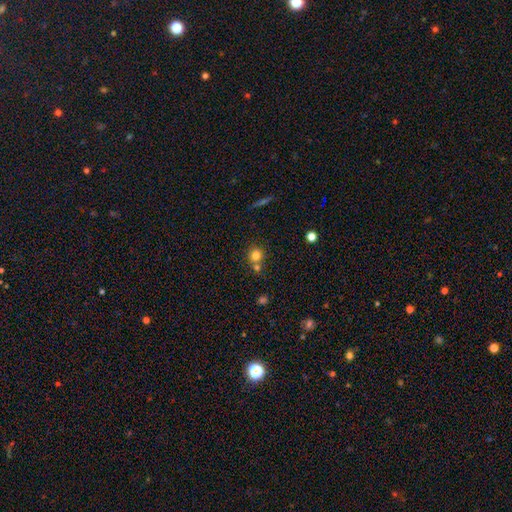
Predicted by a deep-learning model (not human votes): smooth-or-featured: smooth: 78% | star or artifact: 13% | featured or disk: 9%
  how-rounded: round: 86% | in between: 13% | cigar-shaped: 1%
  merging: none: 56% | merger: 32% | minor disturbance: 8% | major disturbance: 3%